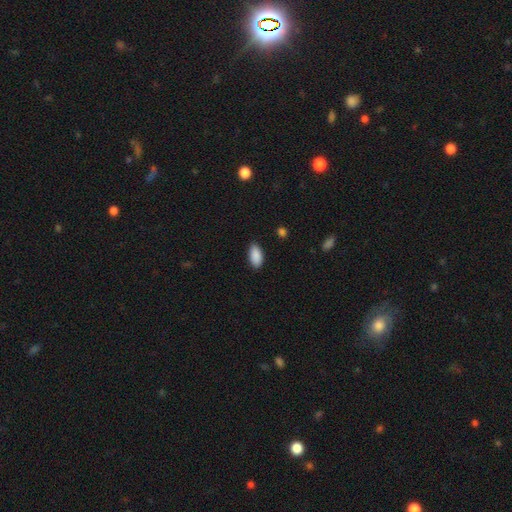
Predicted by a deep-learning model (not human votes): Overall: smooth (90%). How rounded: in between (93%). Merging: none (87%).